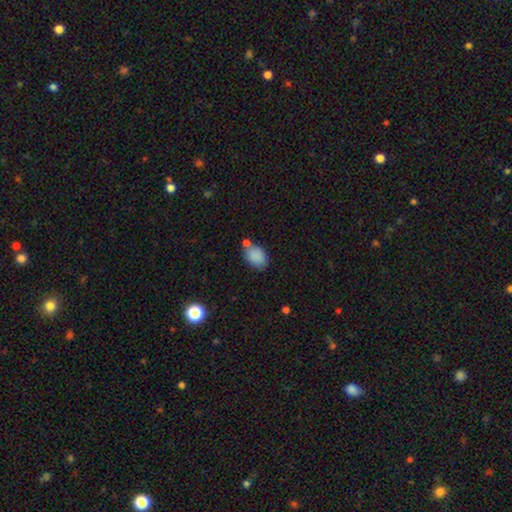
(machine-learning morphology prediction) Smooth or featured? smooth (85%)
How rounded? in between (77%)
Merging? none (58%)